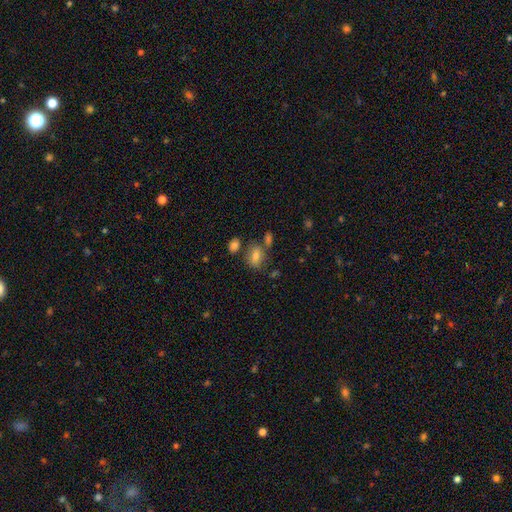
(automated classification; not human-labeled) This appears to be a smooth galaxy with no disk features (71%) that is in between round and cigar-shaped (78%). Merging: none (62%).